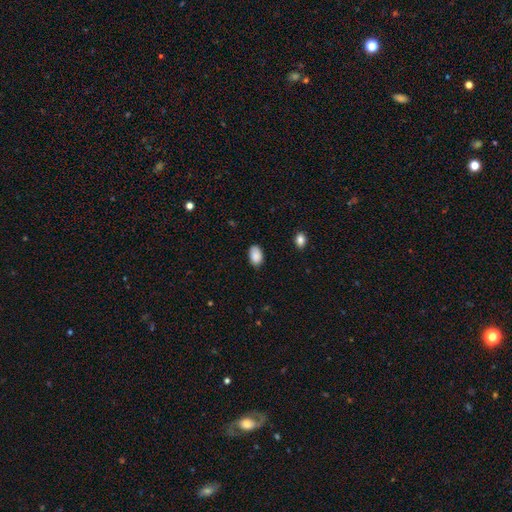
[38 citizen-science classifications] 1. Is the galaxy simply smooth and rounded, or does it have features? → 92% smooth, 8% featured or disk, 0% star or artifact.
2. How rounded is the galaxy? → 77% in between, 14% round, 9% cigar-shaped.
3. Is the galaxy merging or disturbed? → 76% none, 21% minor disturbance, 3% major disturbance, 0% merger.